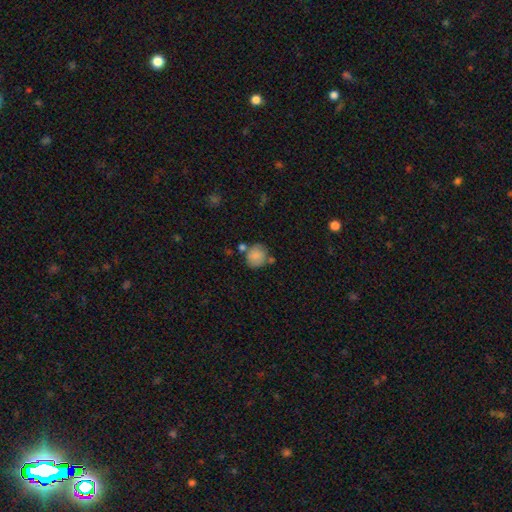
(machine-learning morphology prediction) The model was most divided on "merging": none: 64%, minor disturbance: 17%, merger: 15%, major disturbance: 5%. More confident: smooth or featured — smooth (82%); how rounded — round (81%).